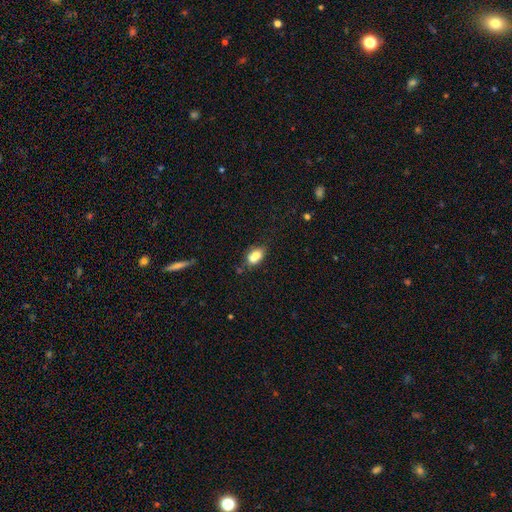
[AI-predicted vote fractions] Smooth or featured? Predicted: smooth (p=0.76). How rounded? Predicted: in between (p=0.81). Merging? Predicted: none (p=0.46).